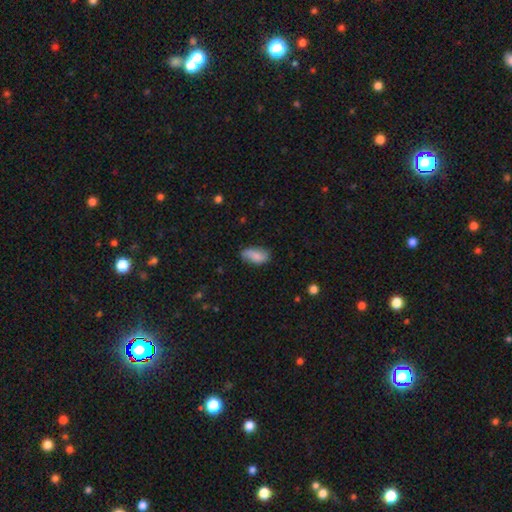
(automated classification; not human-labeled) This is likely a smooth galaxy (75%). How rounded: clearly in between (90%). Merging: likely none (66%).